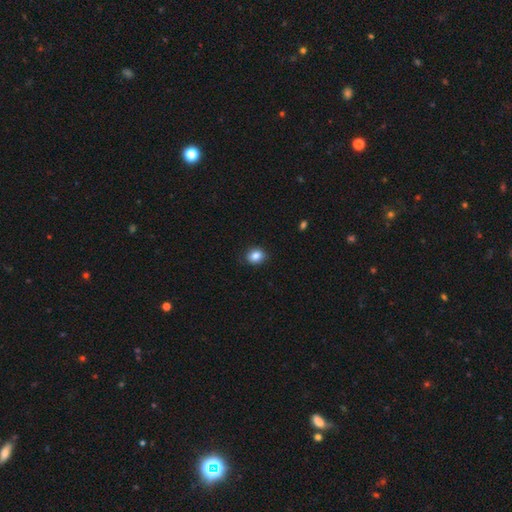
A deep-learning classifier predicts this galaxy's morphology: type=smooth (85%); roundness=round (58%); merging=none (86%).